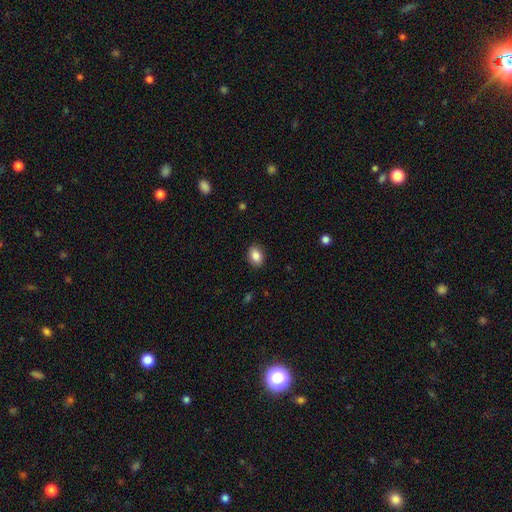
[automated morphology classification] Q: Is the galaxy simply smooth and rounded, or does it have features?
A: smooth — 87%.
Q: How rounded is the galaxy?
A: in between — 81%.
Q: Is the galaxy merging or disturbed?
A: none — 89%.